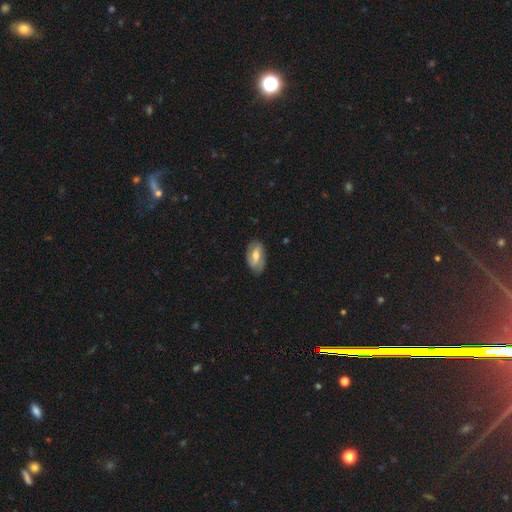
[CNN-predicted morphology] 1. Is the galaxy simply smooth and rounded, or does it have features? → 50% featured or disk, 44% smooth, 7% star or artifact.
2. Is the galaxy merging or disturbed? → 78% none, 17% minor disturbance, 4% major disturbance, 1% merger.